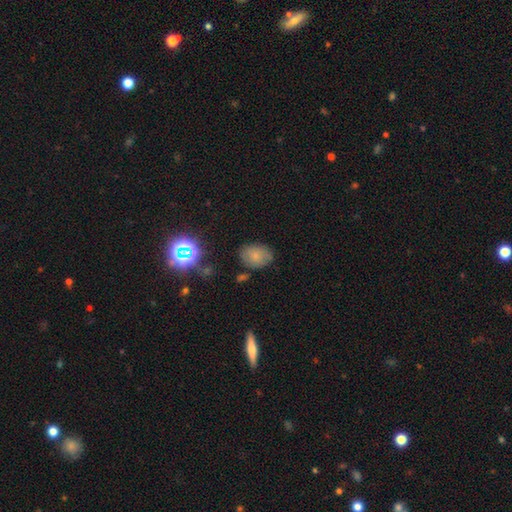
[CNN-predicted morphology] A smooth galaxy with no disk features (70%) that is in between round and cigar-shaped (69%). Merging: none (72%).